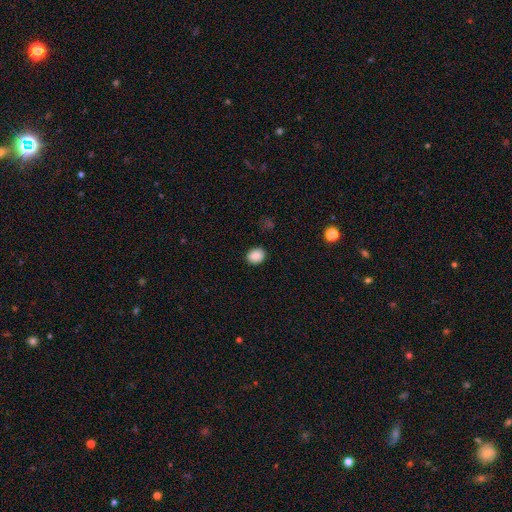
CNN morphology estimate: This appears to be a smooth galaxy with no disk features (87%) that is round (61%). Merging: none (90%).